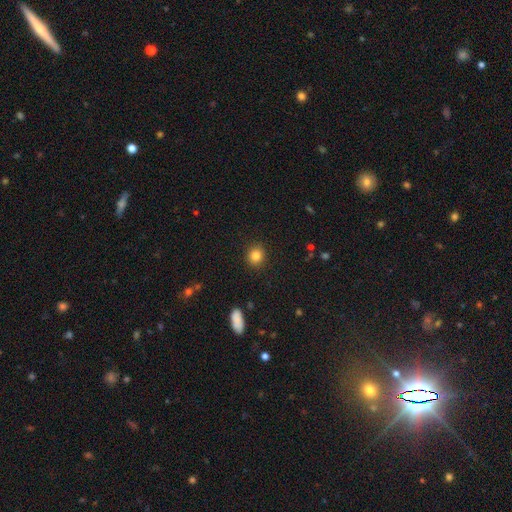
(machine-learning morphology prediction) smooth_or_featured: smooth (p=0.84) [alt: star or artifact p=0.11]
how_rounded: round (p=0.83) [alt: in between p=0.16]
merging: none (p=0.91) [alt: minor disturbance p=0.06]